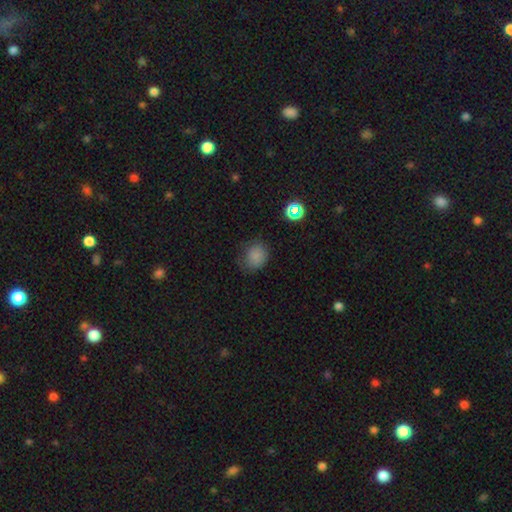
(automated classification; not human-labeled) This appears to be a smooth galaxy with no disk features (81%) that is round (73%). Merging: none (71%).